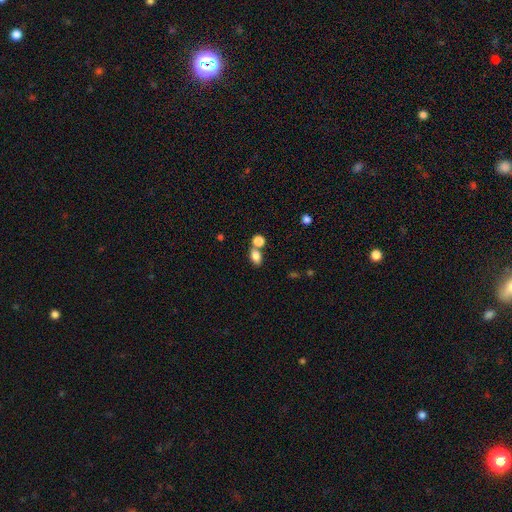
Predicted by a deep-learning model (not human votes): Q: Smooth or featured?
A: smooth (83%); runner-up: star or artifact (10%)
Q: How rounded?
A: in between (76%); runner-up: round (22%)
Q: Merging?
A: none (47%); runner-up: merger (40%)